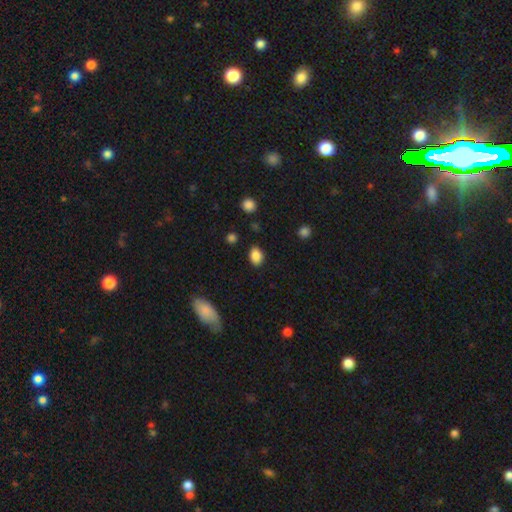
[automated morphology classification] Overall: smooth (86%). How rounded: in between (72%). Merging: none (85%).